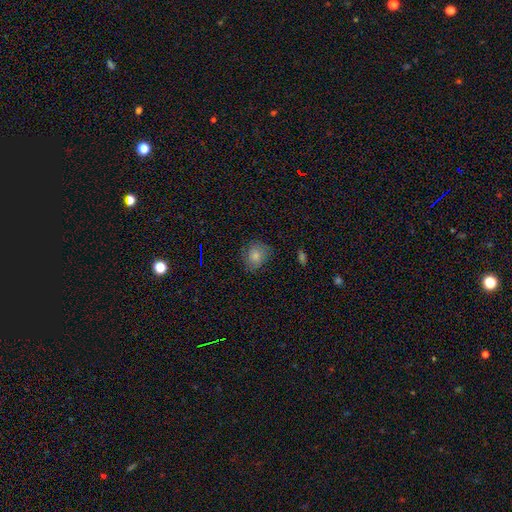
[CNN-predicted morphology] Smooth or featured?
  - smooth: 77% *
  - featured or disk: 12%
  - star or artifact: 11%
How rounded?
  - round: 65% *
  - in between: 34%
  - cigar-shaped: 1%
Merging?
  - none: 72% *
  - minor disturbance: 21%
  - major disturbance: 5%
  - merger: 1%